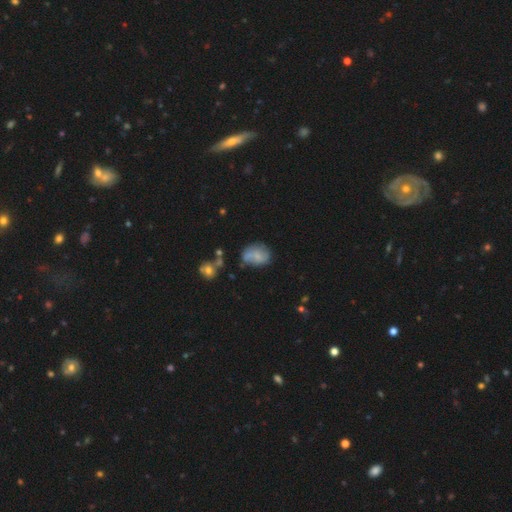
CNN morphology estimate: Q: Smooth or featured?
A: smooth (51%); runner-up: featured or disk (40%)
Q: How rounded?
A: in between (57%); runner-up: round (41%)
Q: Merging?
A: none (47%); runner-up: minor disturbance (26%)